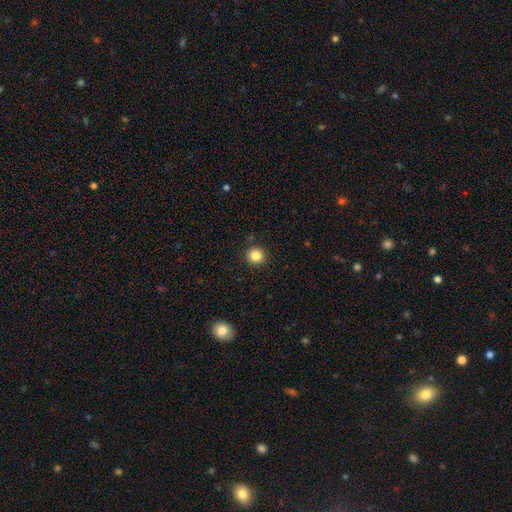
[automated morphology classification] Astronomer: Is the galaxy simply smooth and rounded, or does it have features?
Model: smooth — 84%.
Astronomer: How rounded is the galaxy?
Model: round — 92%.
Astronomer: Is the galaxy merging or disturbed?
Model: none — 91%.